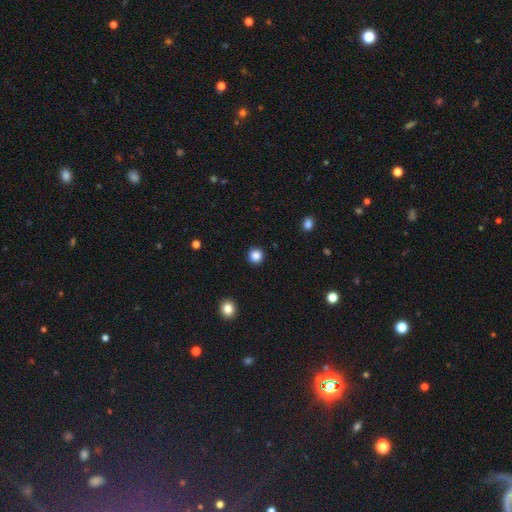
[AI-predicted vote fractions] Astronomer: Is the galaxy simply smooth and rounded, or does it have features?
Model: smooth — 86%.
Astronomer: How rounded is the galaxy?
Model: round — 95%.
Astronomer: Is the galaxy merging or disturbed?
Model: none — 92%.